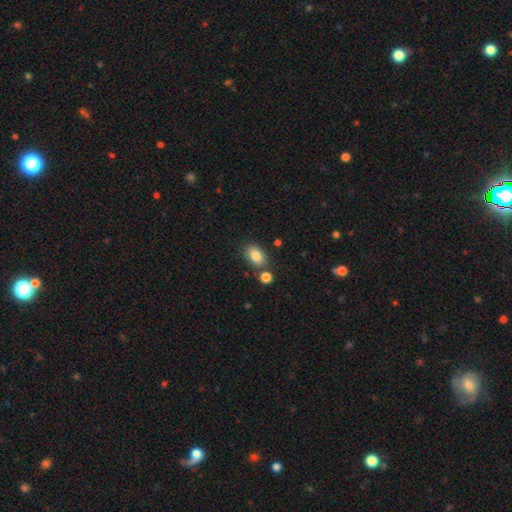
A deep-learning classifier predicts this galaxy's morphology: type=smooth (84%); roundness=in between (84%); merging=none (73%).